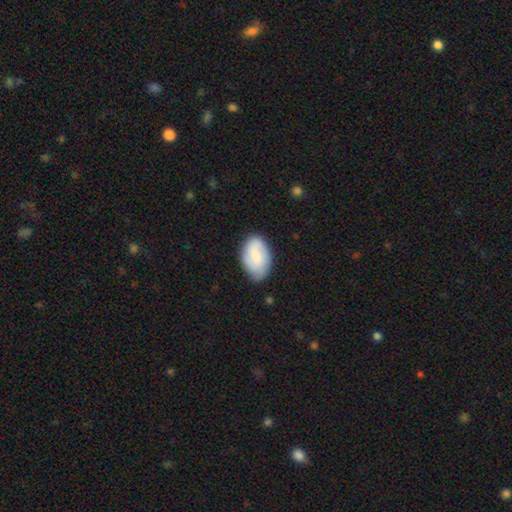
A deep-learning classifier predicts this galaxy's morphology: smooth-or-featured: smooth: 76% | featured or disk: 18% | star or artifact: 6%
  how-rounded: in between: 92% | round: 7% | cigar-shaped: 1%
  merging: none: 71% | minor disturbance: 23% | major disturbance: 4% | merger: 2%